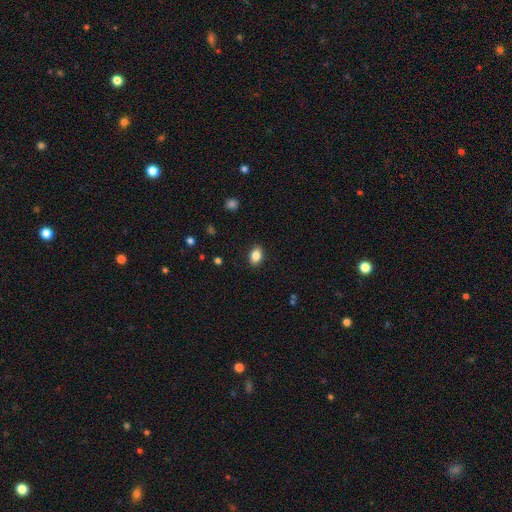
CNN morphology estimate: smooth_or_featured: smooth (p=0.86) [alt: star or artifact p=0.09]
how_rounded: in between (p=0.83) [alt: round p=0.16]
merging: none (p=0.88) [alt: minor disturbance p=0.08]